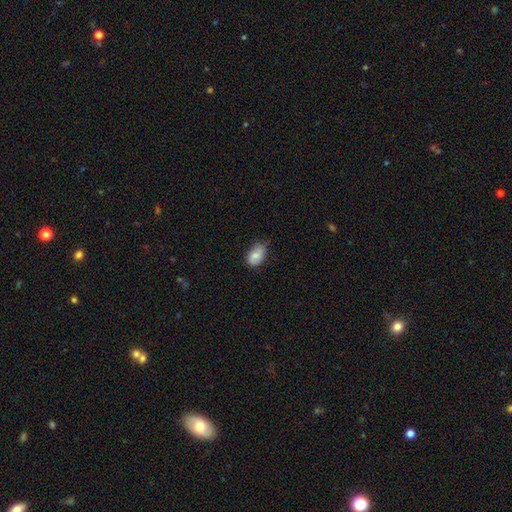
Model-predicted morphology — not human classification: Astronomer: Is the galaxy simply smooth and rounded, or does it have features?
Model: smooth — 78%.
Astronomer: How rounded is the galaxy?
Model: in between — 86%.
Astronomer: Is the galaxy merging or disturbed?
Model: none — 59% (runner-up: minor disturbance, 34%).